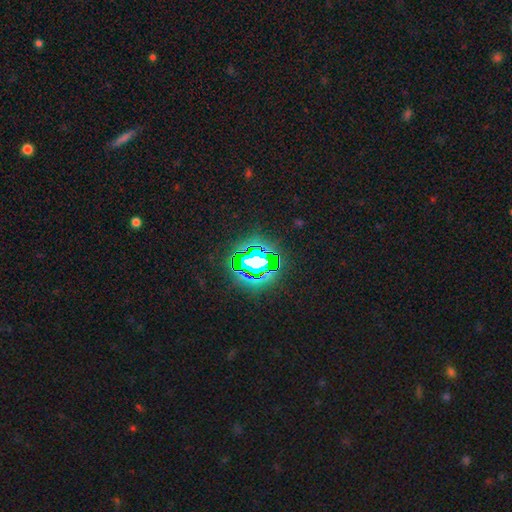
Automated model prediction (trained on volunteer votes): Smooth or featured? star or artifact (72%)